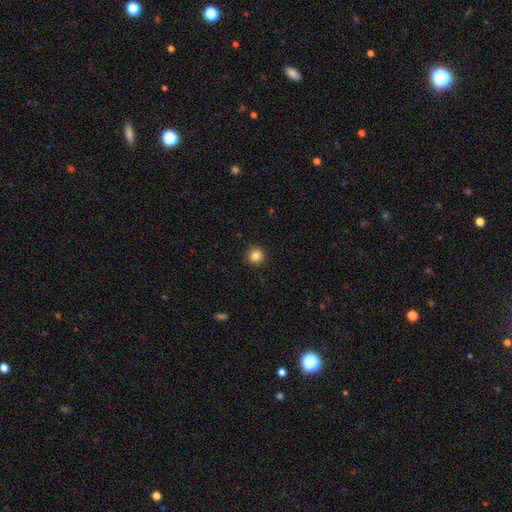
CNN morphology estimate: smooth-or-featured: smooth: 84% | star or artifact: 11% | featured or disk: 5%
  how-rounded: round: 93% | in between: 6% | cigar-shaped: 1%
  merging: none: 92% | minor disturbance: 5% | major disturbance: 2% | merger: 1%